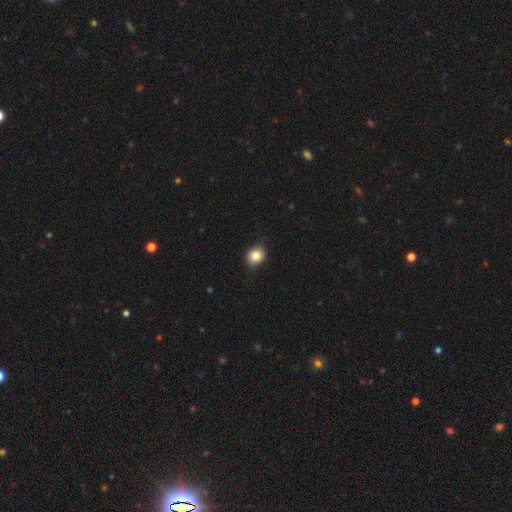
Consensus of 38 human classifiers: smooth 92%, star or artifact 5%, featured or disk 3%. Down the decision tree: how rounded — round (57%); merging — none (81%).